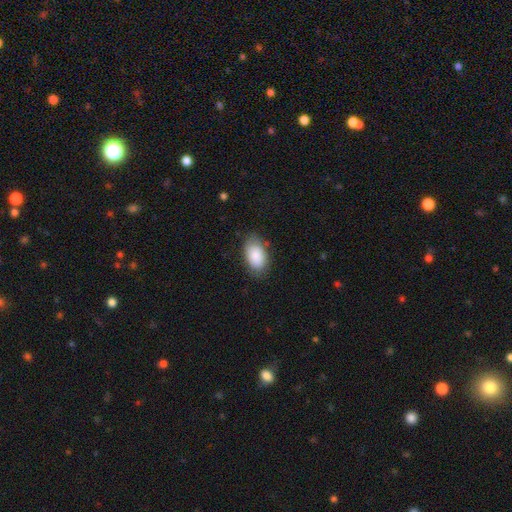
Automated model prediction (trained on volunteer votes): Overall: smooth (86%). How rounded: in between (93%). Merging: none (74%).